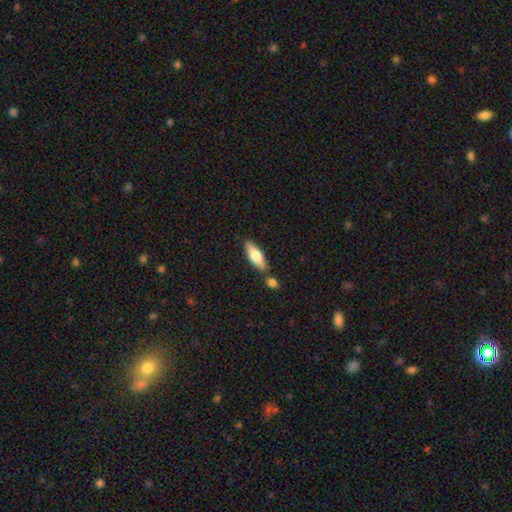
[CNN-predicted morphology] A smooth galaxy with no disk features (66%) that is in between round and cigar-shaped (56%). Merging: none (72%).